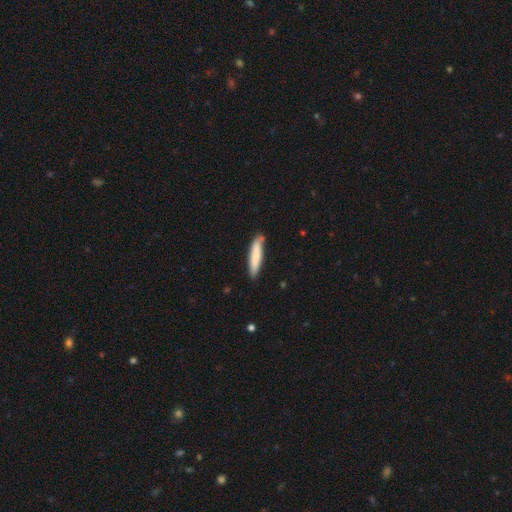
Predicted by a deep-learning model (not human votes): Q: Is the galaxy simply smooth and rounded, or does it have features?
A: smooth — 79%.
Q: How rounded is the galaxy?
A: cigar-shaped — 87%.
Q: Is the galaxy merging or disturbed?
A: none — 80%.